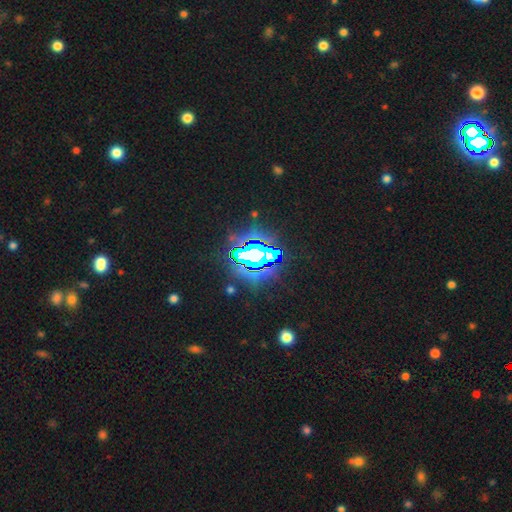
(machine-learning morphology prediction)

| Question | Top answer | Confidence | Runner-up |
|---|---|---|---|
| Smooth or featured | star or artifact | 78% | featured or disk (12%) |